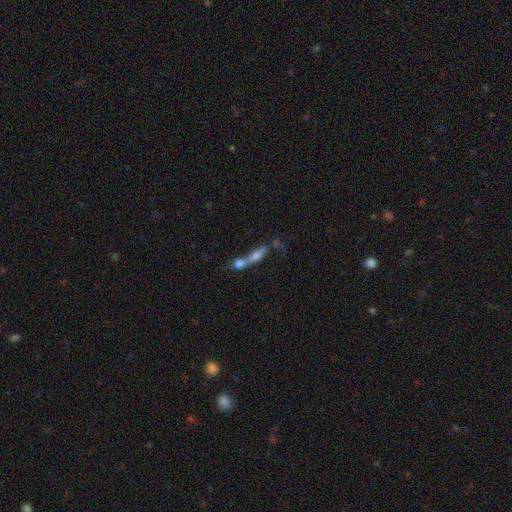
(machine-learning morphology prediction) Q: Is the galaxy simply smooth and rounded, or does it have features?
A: smooth — 43%.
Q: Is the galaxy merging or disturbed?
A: merger — 67%.